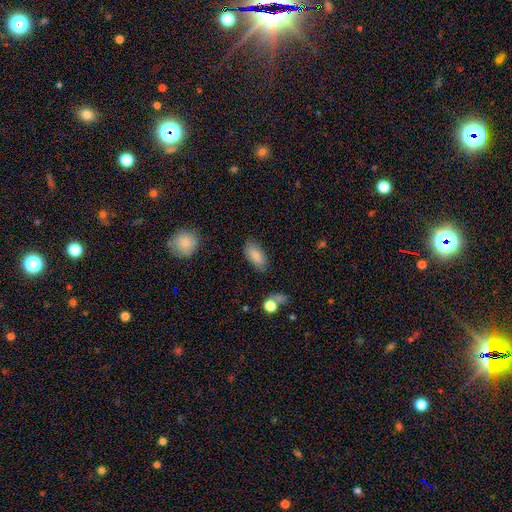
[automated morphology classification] type=smooth (84%); roundness=in between (91%); merging=none (79%).